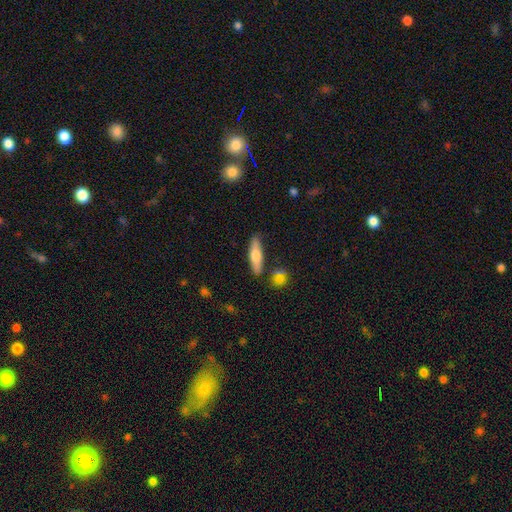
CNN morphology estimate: smooth 59%, featured or disk 36%, star or artifact 6%. Down the decision tree: how rounded — cigar-shaped (64%); merging — none (82%).